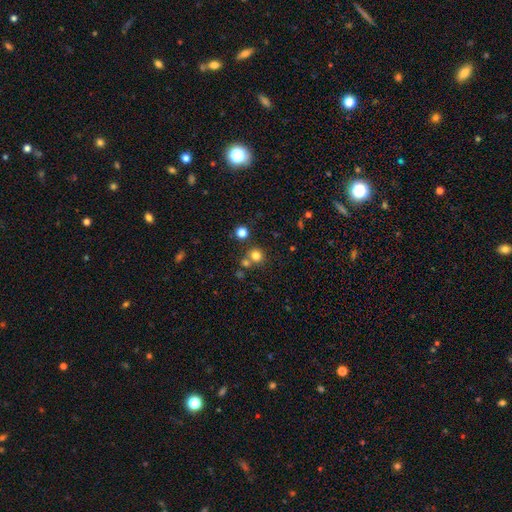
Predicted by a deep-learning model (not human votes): Smooth or featured? Predicted: smooth (p=0.76). How rounded? Predicted: round (p=0.91). Merging? Predicted: none (p=0.68).